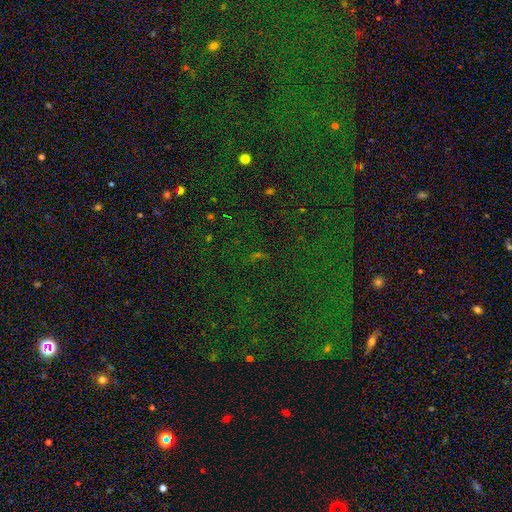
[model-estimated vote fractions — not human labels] smooth_or_featured: star or artifact (p=0.73) [alt: smooth p=0.17]